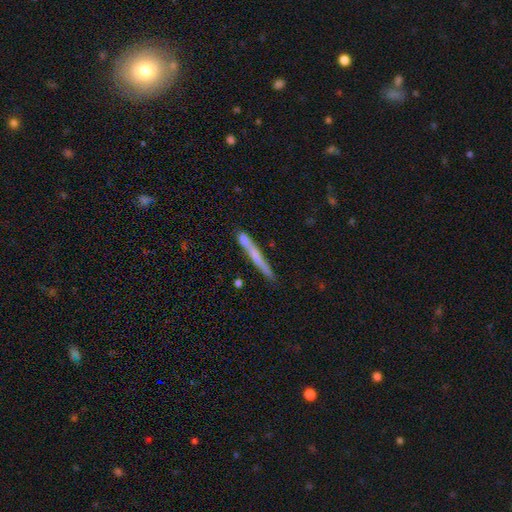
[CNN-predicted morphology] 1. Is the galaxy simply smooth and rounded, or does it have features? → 56% smooth, 37% featured or disk, 6% star or artifact.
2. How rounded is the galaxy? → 96% cigar-shaped, 3% in between, 1% round.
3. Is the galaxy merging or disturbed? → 73% none, 14% minor disturbance, 10% merger, 4% major disturbance.